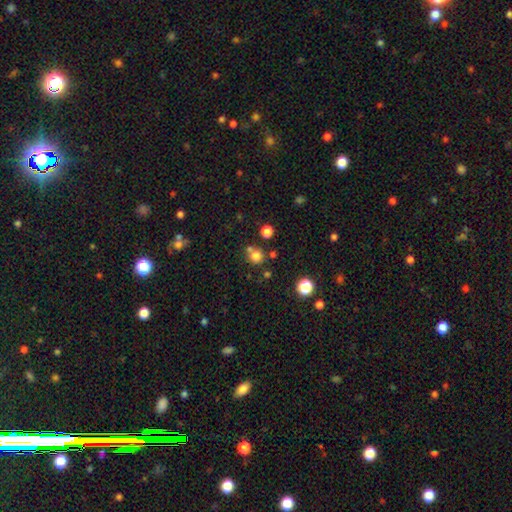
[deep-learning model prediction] A smooth galaxy with no disk features (77%) that is round (90%).

Vote fractions:
- Smooth or featured? smooth: 77% / star or artifact: 16% / featured or disk: 7%
- How rounded? round: 90% / in between: 9% / cigar-shaped: 1%
- Merging? none: 64% / merger: 24% / minor disturbance: 9% / major disturbance: 4%